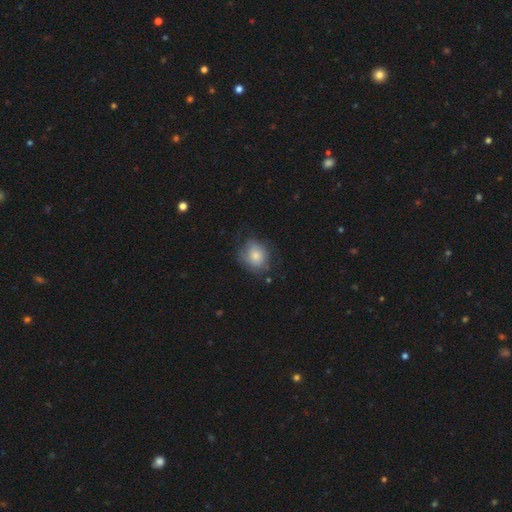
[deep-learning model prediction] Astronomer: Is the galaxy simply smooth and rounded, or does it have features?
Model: smooth — 66%.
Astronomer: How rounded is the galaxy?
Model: round — 60% (runner-up: in between, 39%).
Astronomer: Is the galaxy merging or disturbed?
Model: none — 61%.